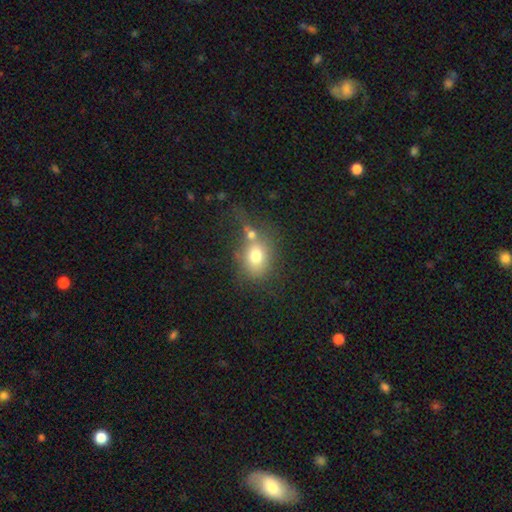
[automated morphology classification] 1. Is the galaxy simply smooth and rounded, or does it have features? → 73% smooth, 16% featured or disk, 11% star or artifact.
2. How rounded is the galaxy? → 55% in between, 44% round, 1% cigar-shaped.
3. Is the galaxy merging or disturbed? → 42% none, 31% merger, 15% minor disturbance, 12% major disturbance.